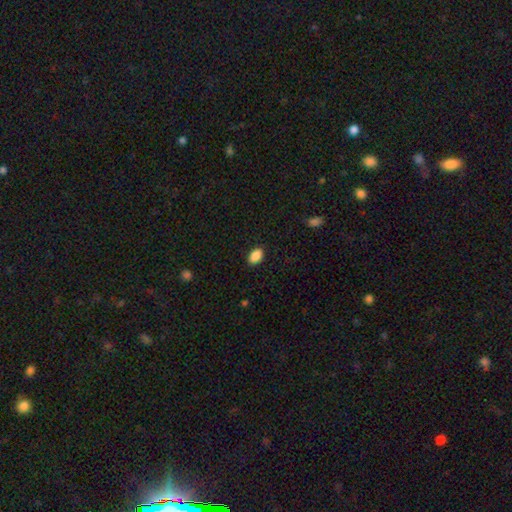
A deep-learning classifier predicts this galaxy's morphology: Smooth or featured? smooth (89%)
How rounded? in between (90%)
Merging? none (88%)